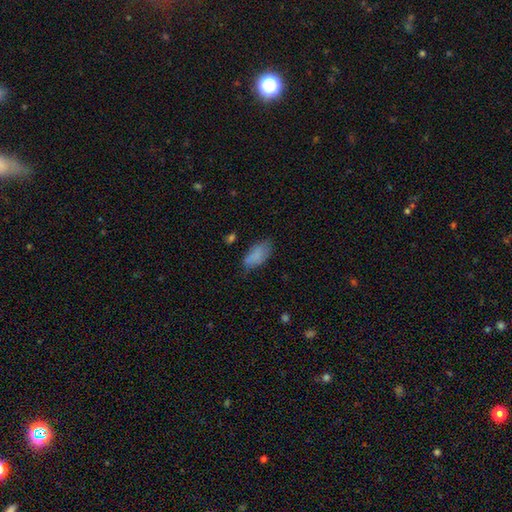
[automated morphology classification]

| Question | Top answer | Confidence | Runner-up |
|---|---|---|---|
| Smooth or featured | smooth | 82% | featured or disk (10%) |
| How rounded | in between | 92% | cigar-shaped (5%) |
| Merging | none | 57% | minor disturbance (31%) |